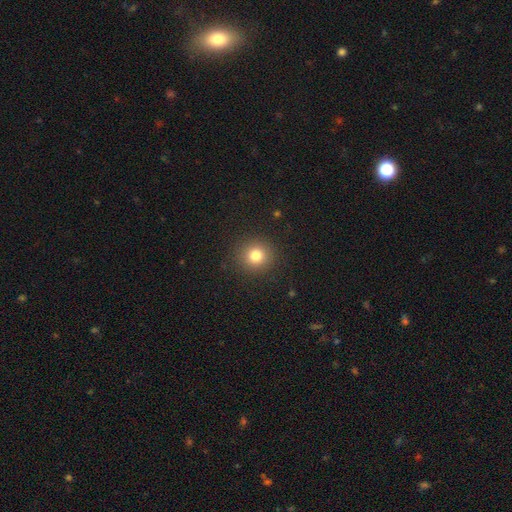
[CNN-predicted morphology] type=smooth (80%); roundness=round (92%); merging=none (90%).